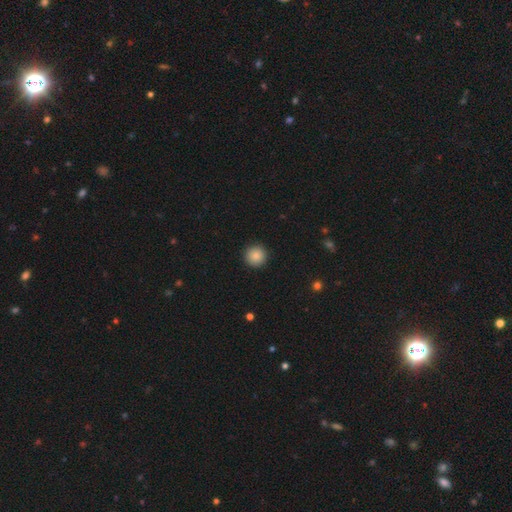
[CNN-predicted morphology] A smooth galaxy with no disk features (87%) that is round (96%). Merging: none (93%).